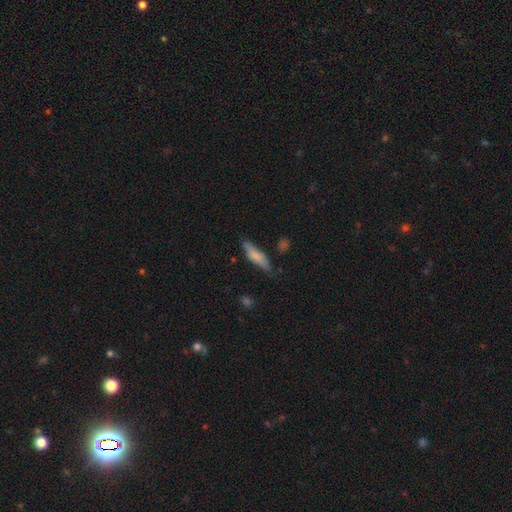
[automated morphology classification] Q: Smooth or featured?
A: smooth (74%); runner-up: featured or disk (19%)
Q: How rounded?
A: cigar-shaped (68%); runner-up: in between (30%)
Q: Merging?
A: none (68%); runner-up: minor disturbance (23%)